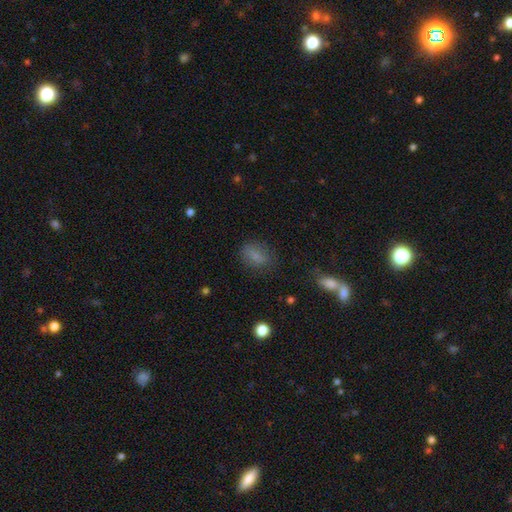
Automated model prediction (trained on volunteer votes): A smooth galaxy with no disk features (78%) that is in between round and cigar-shaped (74%). Merging: none (76%).